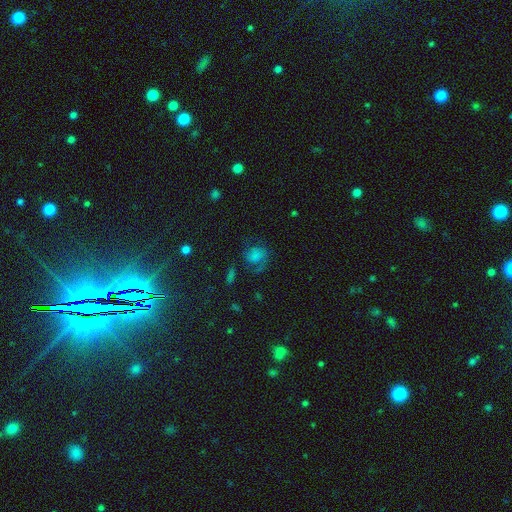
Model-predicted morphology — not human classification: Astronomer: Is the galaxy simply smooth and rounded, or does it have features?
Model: smooth — 46% (runner-up: featured or disk, 38%).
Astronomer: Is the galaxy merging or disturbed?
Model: none — 48% (runner-up: major disturbance, 26%).